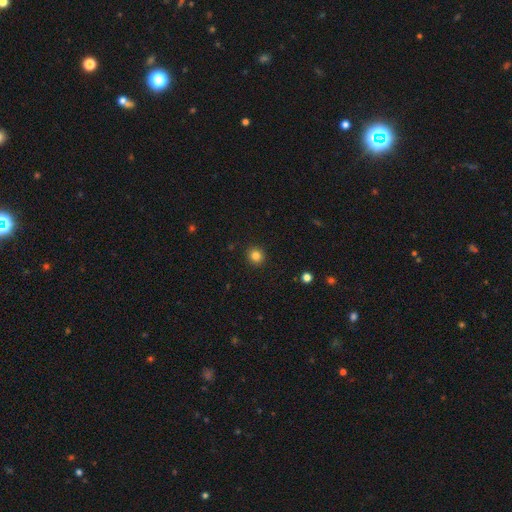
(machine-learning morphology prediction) A smooth galaxy with no disk features (83%) that is round (93%).

Vote fractions:
- Smooth or featured? smooth: 83% / star or artifact: 12% / featured or disk: 5%
- How rounded? round: 93% / in between: 6% / cigar-shaped: 1%
- Merging? none: 92% / minor disturbance: 5% / major disturbance: 2% / merger: 1%